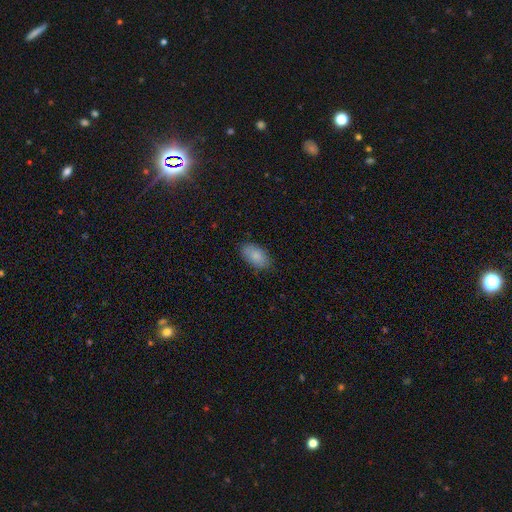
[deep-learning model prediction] Smooth or featured?
  - smooth: 85% *
  - featured or disk: 8%
  - star or artifact: 7%
How rounded?
  - in between: 93% *
  - round: 4%
  - cigar-shaped: 3%
Merging?
  - none: 84% *
  - minor disturbance: 13%
  - major disturbance: 3%
  - merger: 1%